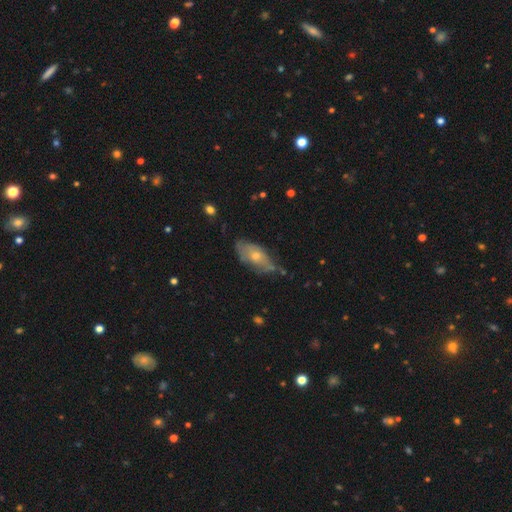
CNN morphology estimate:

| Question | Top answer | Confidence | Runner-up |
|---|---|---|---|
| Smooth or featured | featured or disk | 48% | smooth (43%) |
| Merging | none | 54% | minor disturbance (33%) |